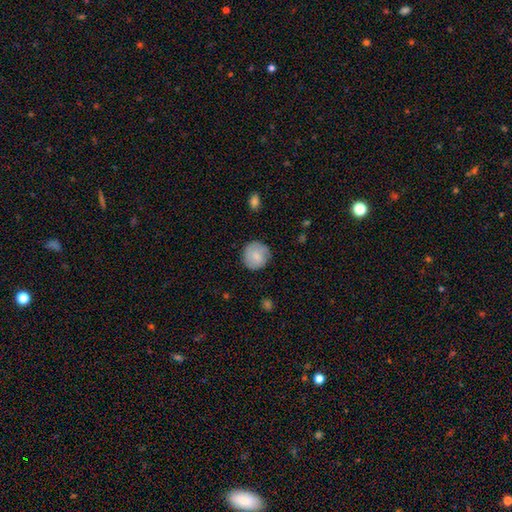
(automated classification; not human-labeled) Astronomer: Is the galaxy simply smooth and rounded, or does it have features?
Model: smooth — 79%.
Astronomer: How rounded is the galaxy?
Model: round — 92%.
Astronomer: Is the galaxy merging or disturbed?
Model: none — 80%.